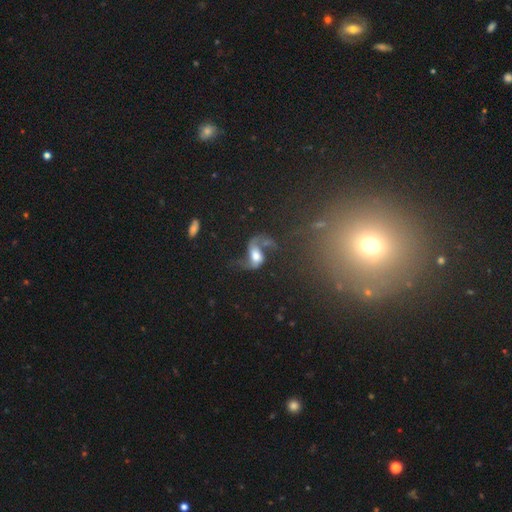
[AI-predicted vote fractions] Smooth or featured: featured or disk — 74% (smooth — 17%)
Edge-on disk: no — 97% (yes — 3%)
Bar: no — 50% (weak — 35%)
Spiral arms: yes — 90% (no — 10%)
Spiral winding: loose — 78% (medium — 18%)
Spiral arm count: 2 — 87% (1 — 6%)
Bulge size: large — 38% (moderate — 37%)
Merging: none — 37% (major disturbance — 31%)